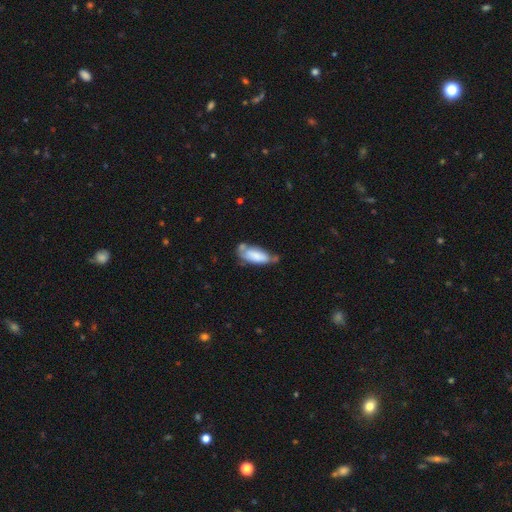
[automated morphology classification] This appears to be a smooth galaxy with no disk features (74%) that is in between round and cigar-shaped (79%). Merging: none (40%).